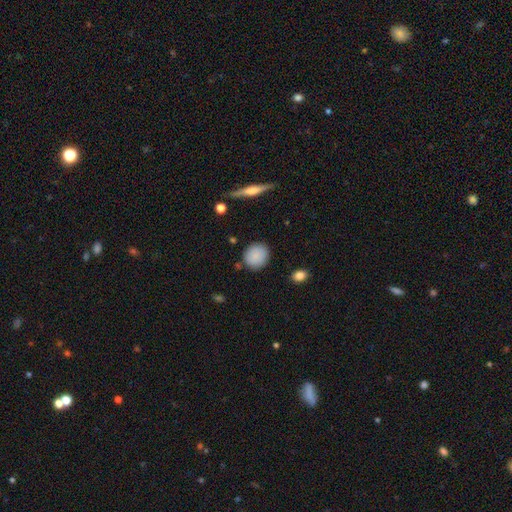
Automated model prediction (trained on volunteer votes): Q: Smooth or featured?
A: smooth (84%); runner-up: featured or disk (8%)
Q: How rounded?
A: round (86%); runner-up: in between (13%)
Q: Merging?
A: none (85%); runner-up: minor disturbance (11%)